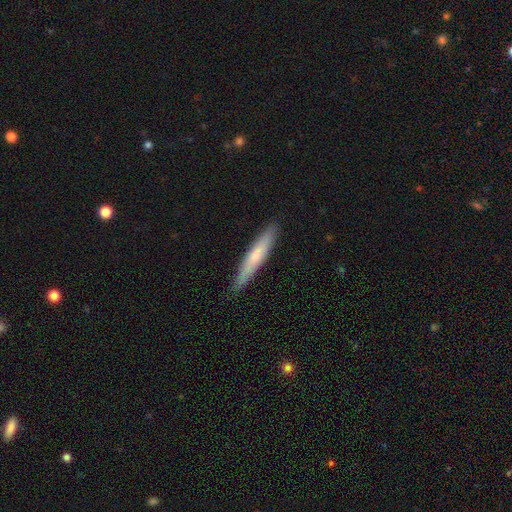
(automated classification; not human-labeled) smooth_or_featured: smooth (p=0.62) [alt: featured or disk p=0.33]
how_rounded: cigar-shaped (p=0.93) [alt: in between p=0.06]
merging: none (p=0.88) [alt: minor disturbance p=0.09]